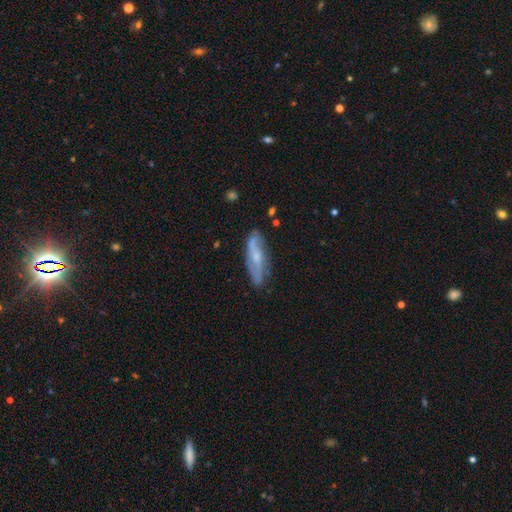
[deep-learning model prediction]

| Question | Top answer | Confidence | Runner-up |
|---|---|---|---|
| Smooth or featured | featured or disk | 68% | smooth (25%) |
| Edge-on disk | no | 70% | yes (30%) |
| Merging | none | 77% | minor disturbance (17%) |